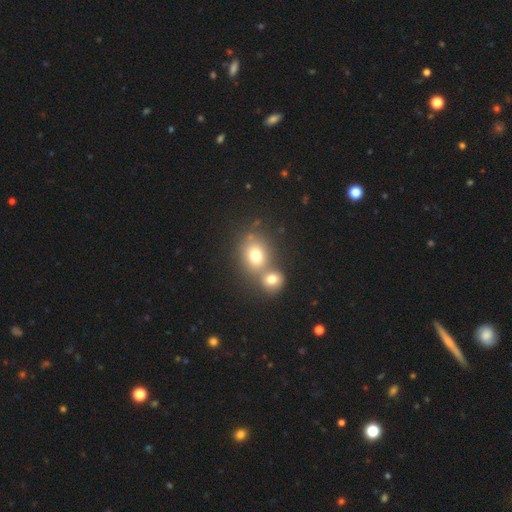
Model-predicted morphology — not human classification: The model was most divided on "merging": merger: 49%, none: 40%, minor disturbance: 8%, major disturbance: 3%. More confident: smooth or featured — smooth (72%); how rounded — round (69%).